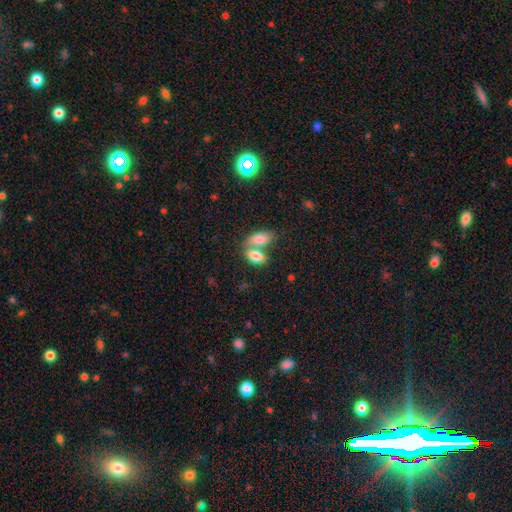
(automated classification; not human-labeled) smooth_or_featured: smooth (p=0.80) [alt: featured or disk p=0.13]
how_rounded: in between (p=0.90) [alt: round p=0.05]
merging: merger (p=0.62) [alt: none p=0.28]